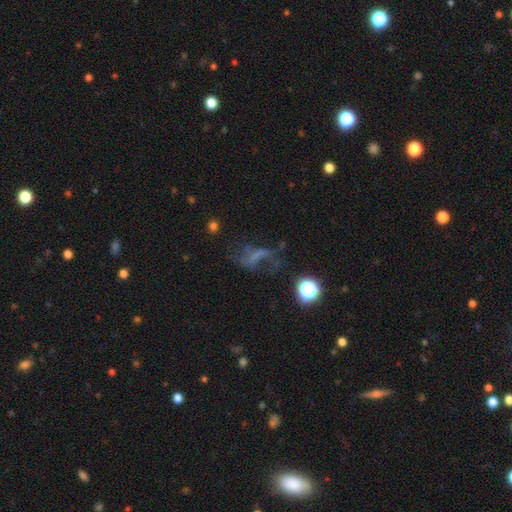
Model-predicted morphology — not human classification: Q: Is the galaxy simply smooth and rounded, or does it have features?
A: featured or disk — 39%.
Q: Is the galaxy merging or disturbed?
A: none — 41%.